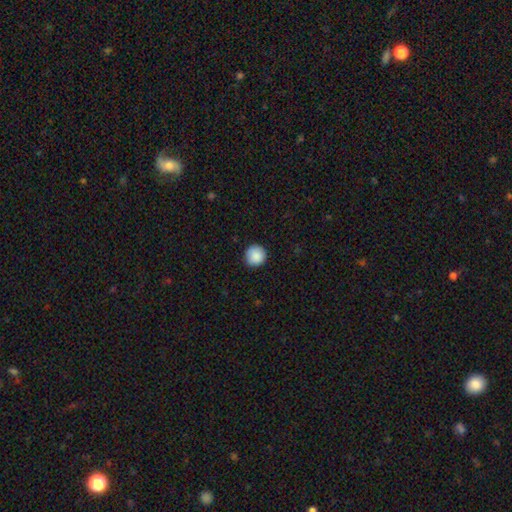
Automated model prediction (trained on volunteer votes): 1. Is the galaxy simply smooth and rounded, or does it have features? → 88% smooth, 8% star or artifact, 4% featured or disk.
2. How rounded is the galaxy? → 94% round, 5% in between, 1% cigar-shaped.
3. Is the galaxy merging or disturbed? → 87% none, 10% minor disturbance, 2% major disturbance, 1% merger.